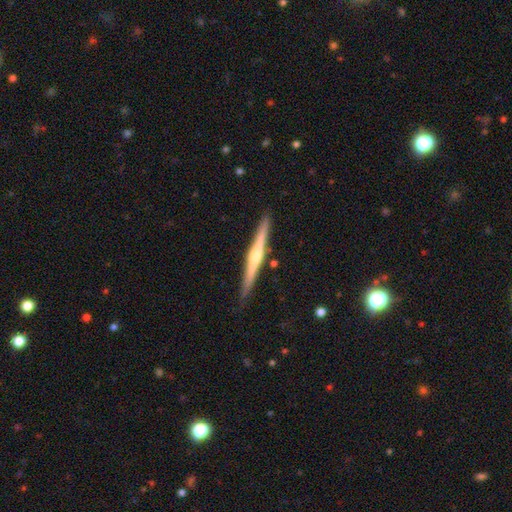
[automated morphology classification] Smooth or featured? Predicted: featured or disk (p=0.76). Edge-on disk? Predicted: yes (p=0.98). Edge-on bulge? Predicted: rounded (p=0.79). Merging? Predicted: none (p=0.90).